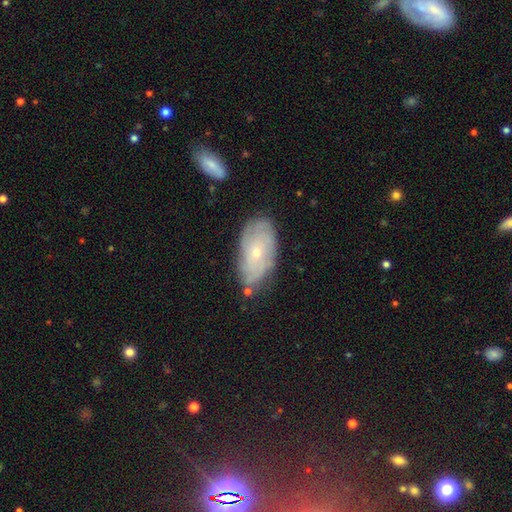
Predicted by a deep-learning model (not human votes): Smooth or featured? Predicted: featured or disk (p=0.58). Edge-on disk? Predicted: no (p=0.91). Bar? Predicted: no (p=0.79). Spiral arms? Predicted: yes (p=0.77). Bulge size? Predicted: small (p=0.68). Merging? Predicted: none (p=0.75).